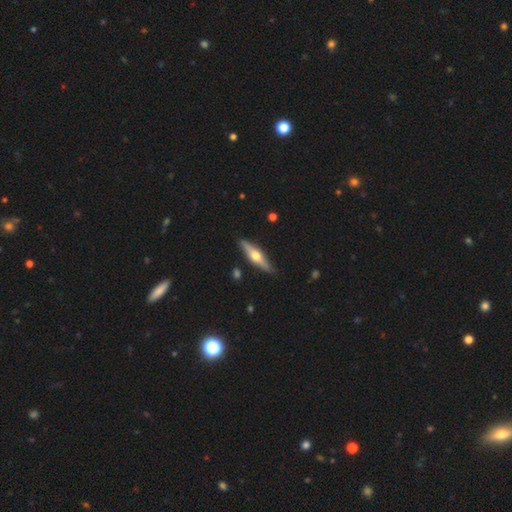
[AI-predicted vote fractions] A featured or disk galaxy (62%) viewed edge-on (94%) with a rounded central bulge (94%). Merging: none (88%).